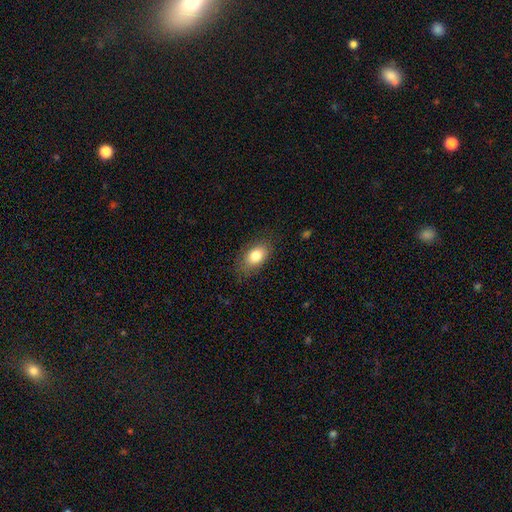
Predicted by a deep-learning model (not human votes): Smooth or featured?
  - smooth: 80% *
  - featured or disk: 12%
  - star or artifact: 8%
How rounded?
  - in between: 87% *
  - round: 11%
  - cigar-shaped: 2%
Merging?
  - none: 80% *
  - minor disturbance: 15%
  - major disturbance: 4%
  - merger: 1%